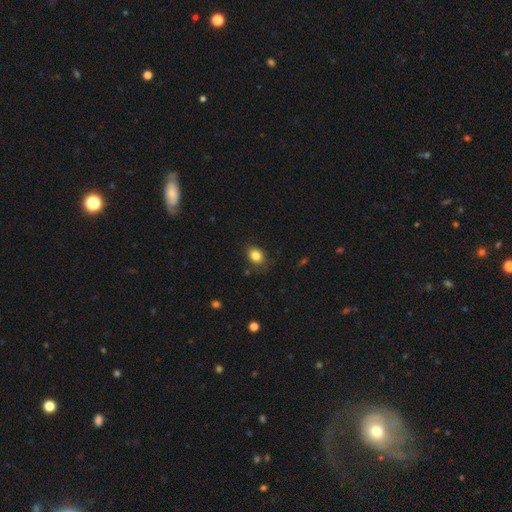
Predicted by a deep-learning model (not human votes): Overall: smooth (84%). How rounded: in between (60%; round 39%). Merging: none (82%).